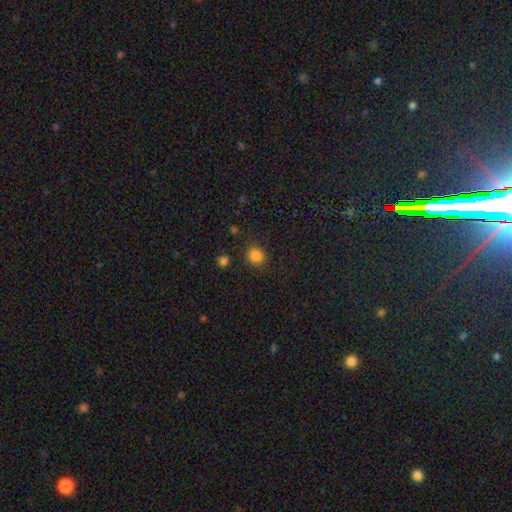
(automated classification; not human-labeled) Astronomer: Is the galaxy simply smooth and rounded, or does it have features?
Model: smooth — 84%.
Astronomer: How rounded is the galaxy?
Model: round — 78%.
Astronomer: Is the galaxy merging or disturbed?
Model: none — 86%.